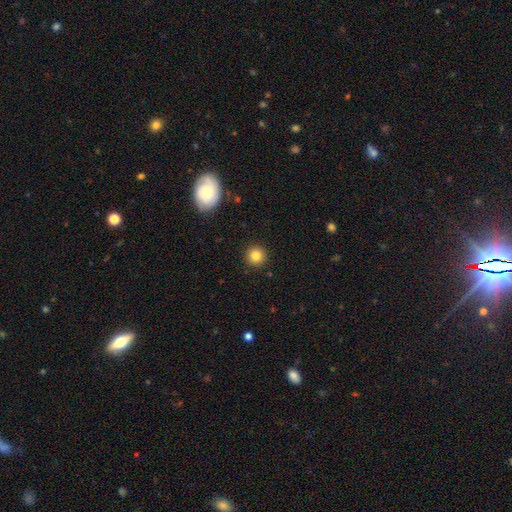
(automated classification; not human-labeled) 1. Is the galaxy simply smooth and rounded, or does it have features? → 82% smooth, 11% star or artifact, 6% featured or disk.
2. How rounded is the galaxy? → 95% round, 4% in between, 1% cigar-shaped.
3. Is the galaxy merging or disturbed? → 91% none, 6% minor disturbance, 2% major disturbance, 1% merger.